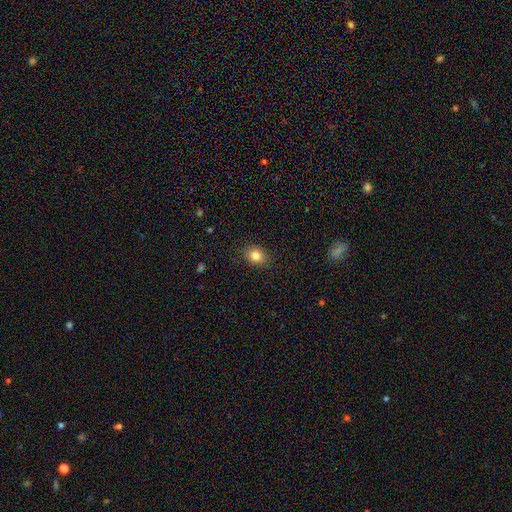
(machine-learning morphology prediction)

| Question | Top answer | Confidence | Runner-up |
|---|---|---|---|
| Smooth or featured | smooth | 83% | star or artifact (10%) |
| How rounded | in between | 53% | round (46%) |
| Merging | none | 87% | minor disturbance (9%) |